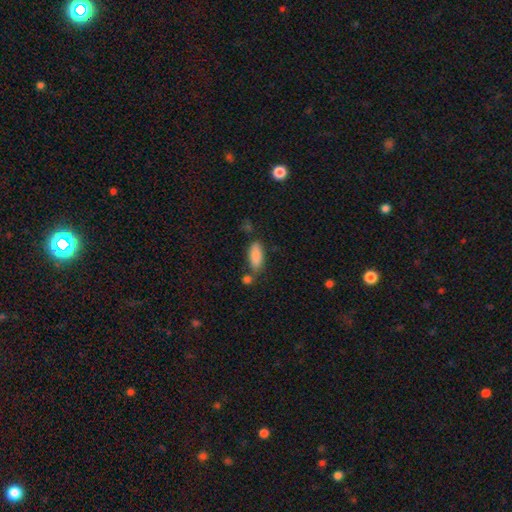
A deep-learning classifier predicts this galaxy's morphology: type=smooth (86%); roundness=in between (76%); merging=none (62%).